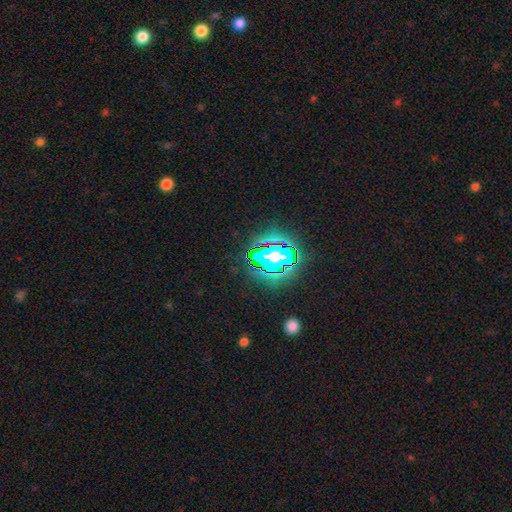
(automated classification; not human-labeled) smooth-or-featured: star or artifact: 62% | smooth: 22% | featured or disk: 16%